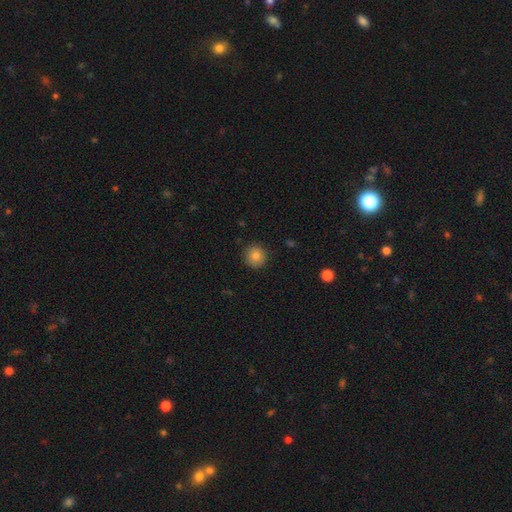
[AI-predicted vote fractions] Overall: smooth (84%). How rounded: round (93%). Merging: none (89%).